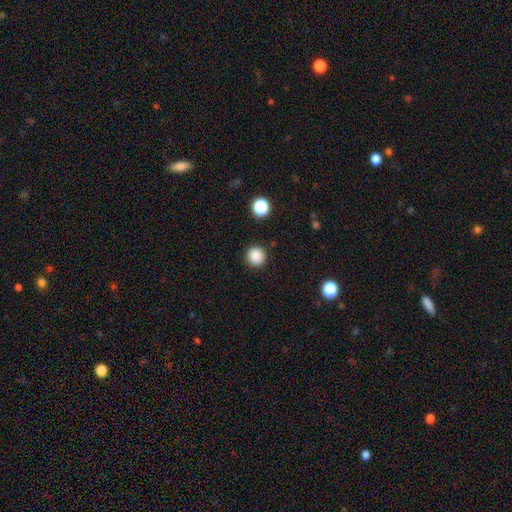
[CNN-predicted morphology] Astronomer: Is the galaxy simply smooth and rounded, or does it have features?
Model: smooth — 86%.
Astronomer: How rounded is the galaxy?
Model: round — 94%.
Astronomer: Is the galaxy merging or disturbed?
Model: none — 90%.